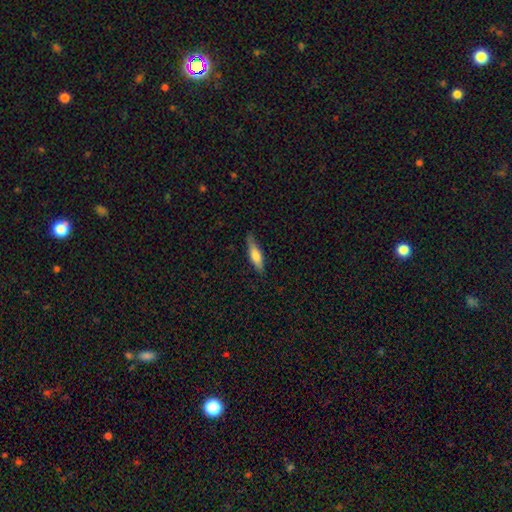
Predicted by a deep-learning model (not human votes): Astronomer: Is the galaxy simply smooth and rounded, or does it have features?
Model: smooth — 63%.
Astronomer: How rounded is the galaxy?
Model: cigar-shaped — 63%.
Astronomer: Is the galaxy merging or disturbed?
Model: none — 80%.